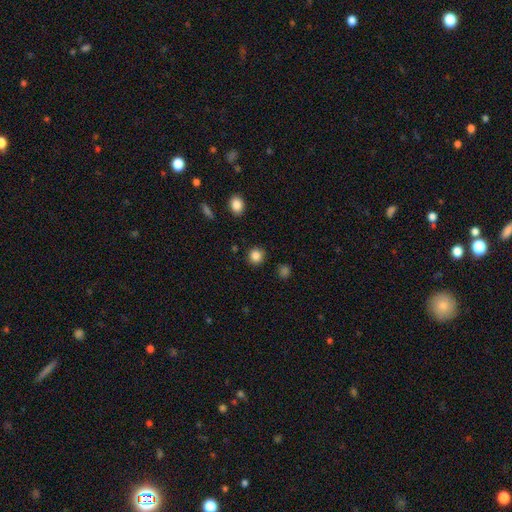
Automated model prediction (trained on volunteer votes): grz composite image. It shows a smooth galaxy with no disk features (85%) that is round (90%). Merging: none (90%).